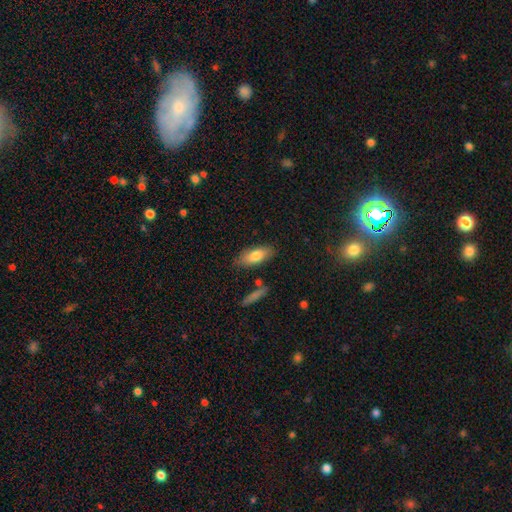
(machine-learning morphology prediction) The model was most divided on "how rounded": in between: 77%, cigar-shaped: 21%, round: 2%. More confident: merging — none (81%); smooth or featured — smooth (78%).